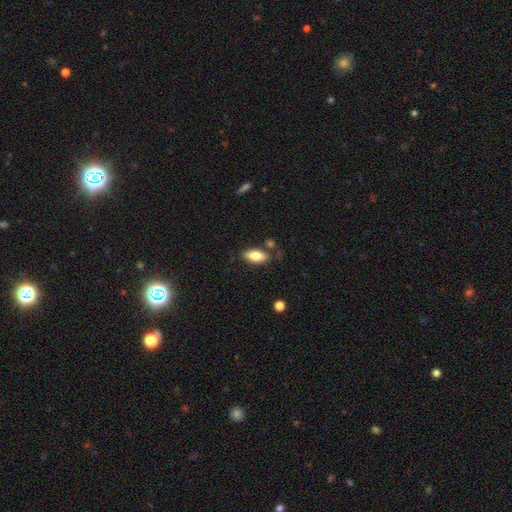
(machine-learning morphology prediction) Smooth or featured: smooth — 75% (featured or disk — 19%)
How rounded: in between — 84% (cigar-shaped — 13%)
Merging: none — 76% (minor disturbance — 15%)